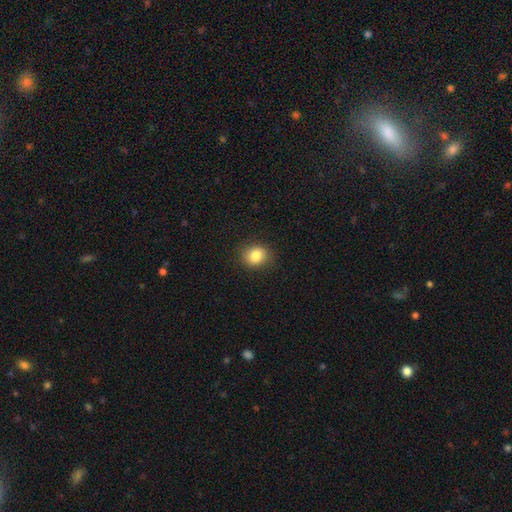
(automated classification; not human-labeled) smooth-or-featured: smooth: 84% | star or artifact: 10% | featured or disk: 6%
  how-rounded: round: 67% | in between: 32% | cigar-shaped: 1%
  merging: none: 88% | minor disturbance: 9% | major disturbance: 3% | merger: 1%